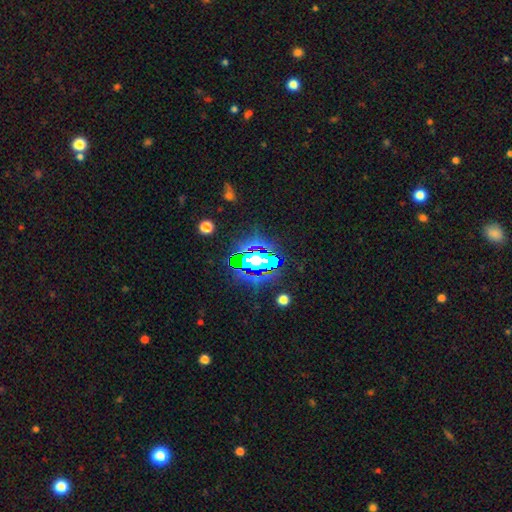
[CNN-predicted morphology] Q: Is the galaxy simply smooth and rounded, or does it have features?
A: star or artifact — 61%.